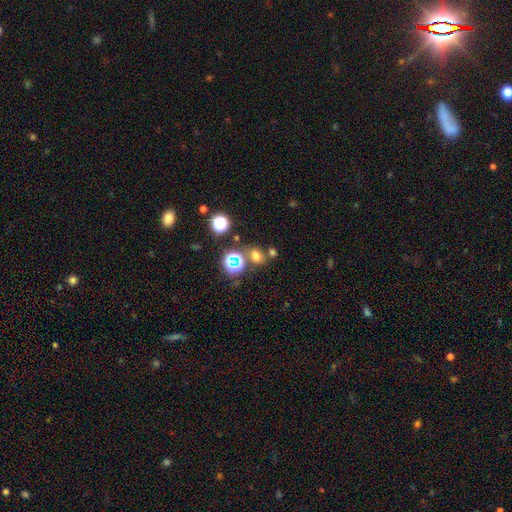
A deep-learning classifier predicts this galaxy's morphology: smooth_or_featured: smooth (p=0.62) [alt: star or artifact p=0.30]
how_rounded: round (p=0.50) [alt: in between p=0.48]
merging: none (p=0.68) [alt: merger p=0.16]